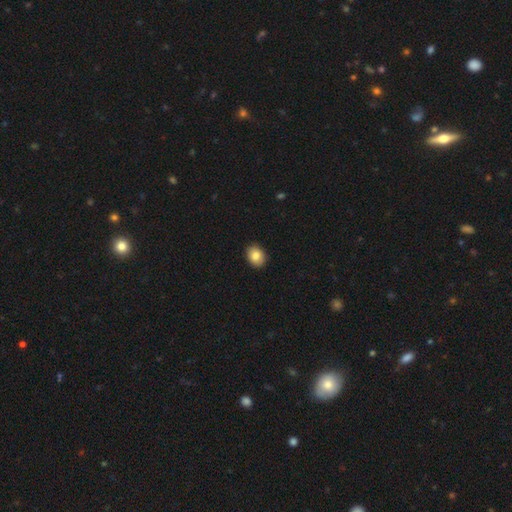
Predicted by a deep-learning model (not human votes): Smooth or featured? smooth (85%)
How rounded? in between (62%)
Merging? none (89%)